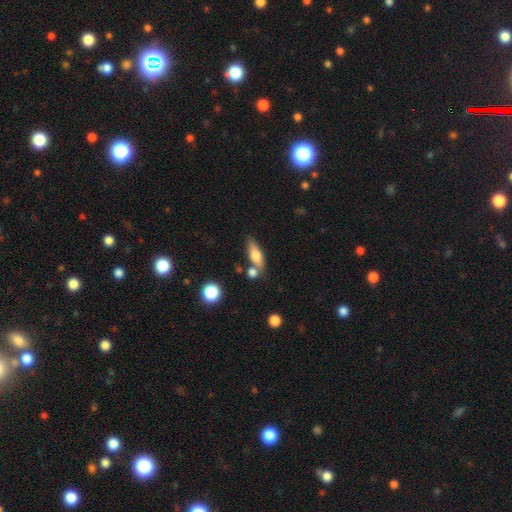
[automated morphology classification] smooth-or-featured: smooth: 62% | featured or disk: 30% | star or artifact: 8%
  how-rounded: in between: 51% | cigar-shaped: 44% | round: 5%
  merging: none: 64% | merger: 17% | minor disturbance: 15% | major disturbance: 4%